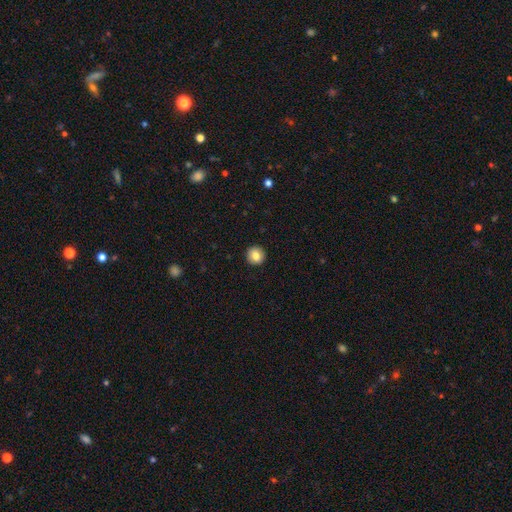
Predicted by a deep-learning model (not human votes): Smooth or featured?
  - smooth: 82% *
  - featured or disk: 9%
  - star or artifact: 9%
How rounded?
  - round: 93% *
  - in between: 6%
  - cigar-shaped: 1%
Merging?
  - none: 92% *
  - minor disturbance: 5%
  - major disturbance: 2%
  - merger: 1%